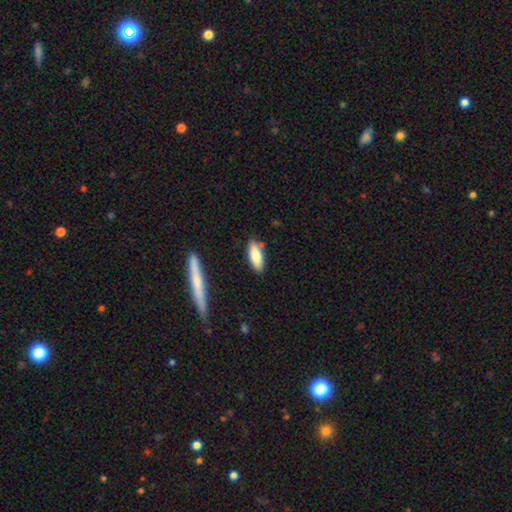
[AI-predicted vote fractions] Overall: smooth (80%). How rounded: in between (64%; cigar-shaped 34%). Merging: none (83%).